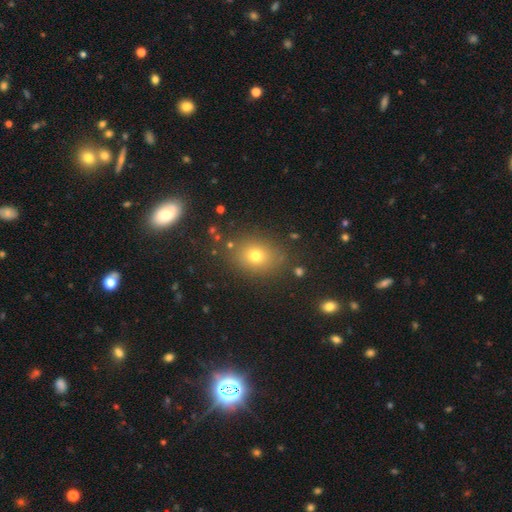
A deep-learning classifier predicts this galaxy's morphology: smooth 72%, star or artifact 17%, featured or disk 11%. Down the decision tree: how rounded — in between (52%); merging — none (83%).